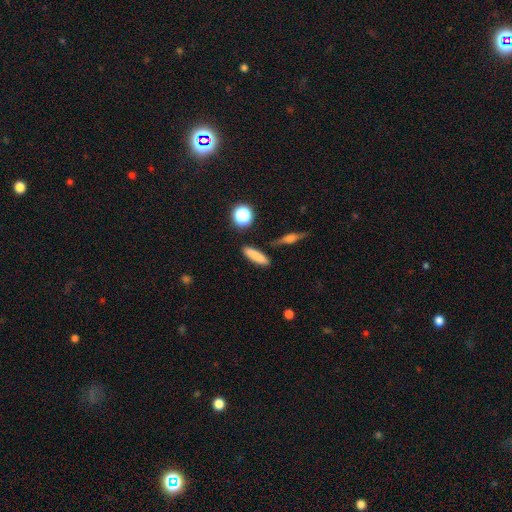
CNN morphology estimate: This appears to be a smooth galaxy with no disk features (81%) that is cigar-shaped (70%). Merging: none (84%).